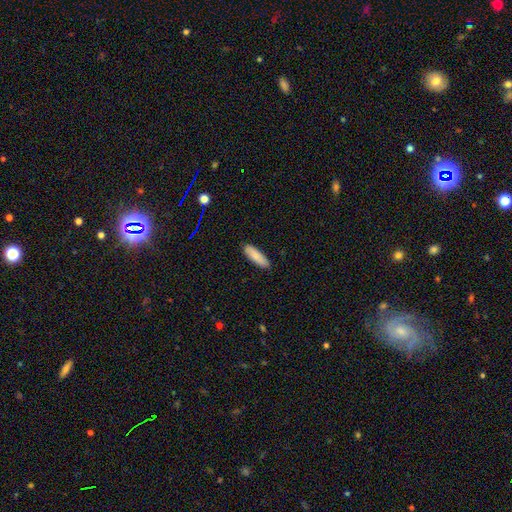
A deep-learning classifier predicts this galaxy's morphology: Smooth or featured? smooth (86%)
How rounded? cigar-shaped (54%)
Merging? none (89%)